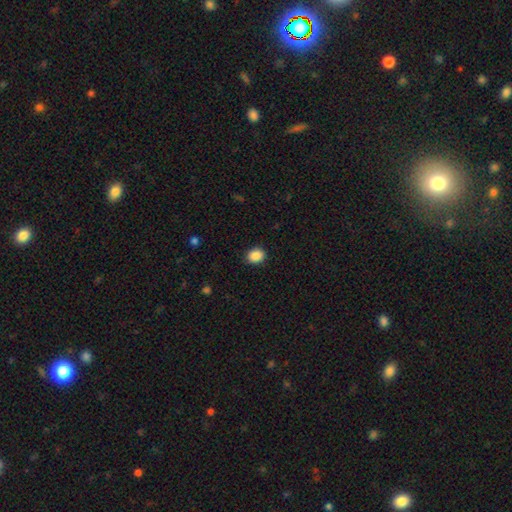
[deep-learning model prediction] Q: Smooth or featured?
A: smooth (89%); runner-up: star or artifact (9%)
Q: How rounded?
A: round (56%); runner-up: in between (43%)
Q: Merging?
A: none (89%); runner-up: minor disturbance (8%)